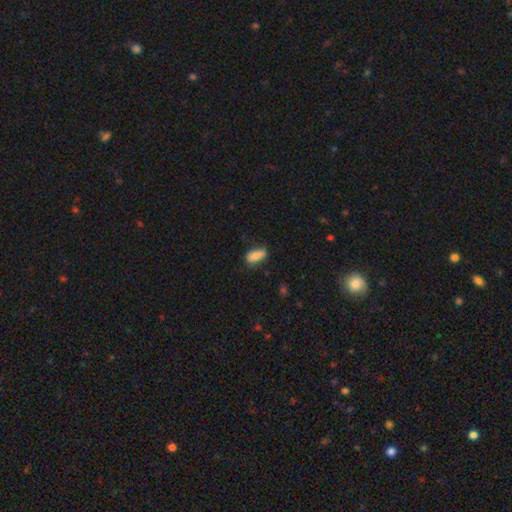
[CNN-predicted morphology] smooth-or-featured: smooth: 83% | featured or disk: 10% | star or artifact: 7%
  how-rounded: in between: 83% | cigar-shaped: 13% | round: 4%
  merging: none: 70% | minor disturbance: 23% | major disturbance: 5% | merger: 2%